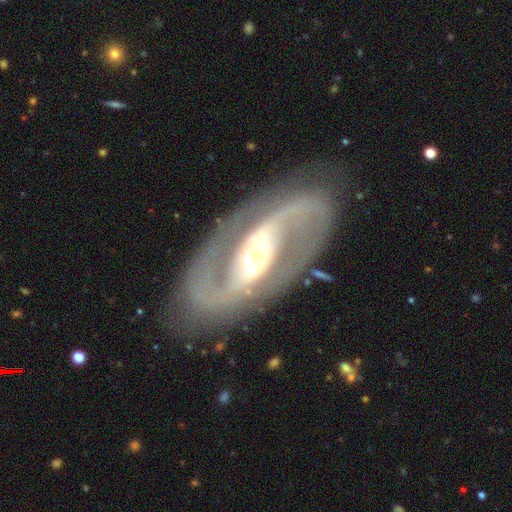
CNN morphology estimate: Smooth or featured: featured or disk — 88% (smooth — 8%)
Edge-on disk: no — 93% (yes — 7%)
Bar: strong — 51% (weak — 31%)
Spiral arms: yes — 85% (no — 15%)
Spiral winding: medium — 48% (tight — 31%)
Spiral arm count: 2 — 88% (can't tell — 5%)
Bulge size: moderate — 61% (large — 20%)
Merging: none — 78% (minor disturbance — 12%)